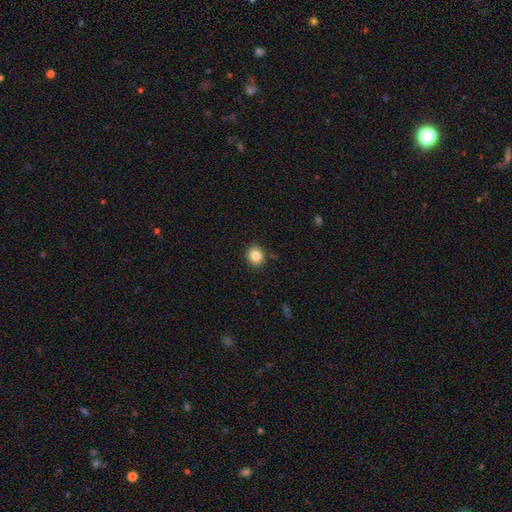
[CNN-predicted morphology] smooth_or_featured: smooth (p=0.84) [alt: star or artifact p=0.10]
how_rounded: round (p=0.80) [alt: in between p=0.19]
merging: none (p=0.89) [alt: minor disturbance p=0.07]